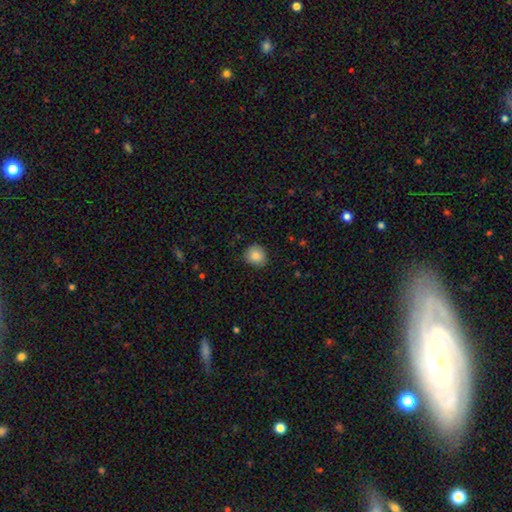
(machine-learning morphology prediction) A smooth galaxy with no disk features (86%) that is round (85%).

Vote fractions:
- Smooth or featured? smooth: 86% / star or artifact: 9% / featured or disk: 6%
- How rounded? round: 85% / in between: 15% / cigar-shaped: 1%
- Merging? none: 87% / minor disturbance: 10% / major disturbance: 2% / merger: 1%